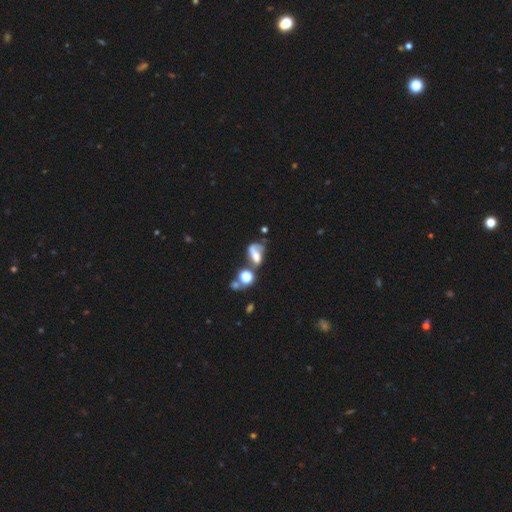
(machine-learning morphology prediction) A featured or disk galaxy (45%).

Vote fractions:
- Smooth or featured? featured or disk: 45% / smooth: 38% / star or artifact: 17%
- Merging? merger: 29% / none: 27% / major disturbance: 26% / minor disturbance: 18%